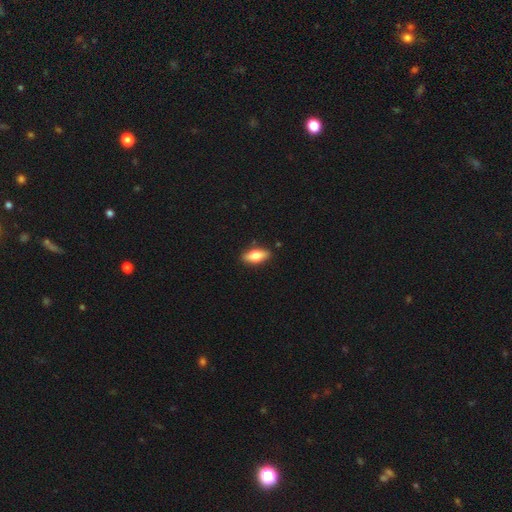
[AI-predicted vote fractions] A smooth galaxy with no disk features (68%) that is in between round and cigar-shaped (78%). Merging: none (87%).